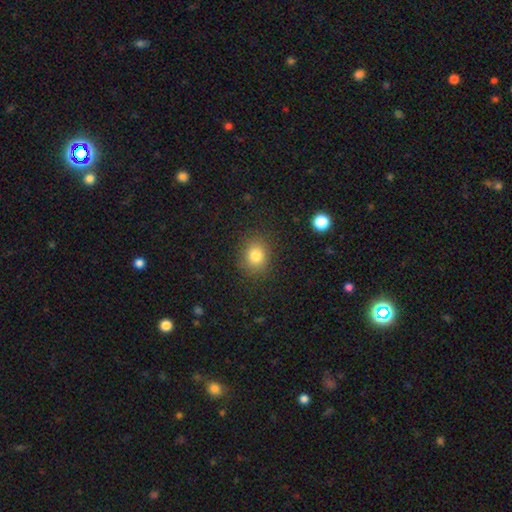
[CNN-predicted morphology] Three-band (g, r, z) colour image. It shows a smooth galaxy with no disk features (81%) that is round (70%). Merging: none (86%).